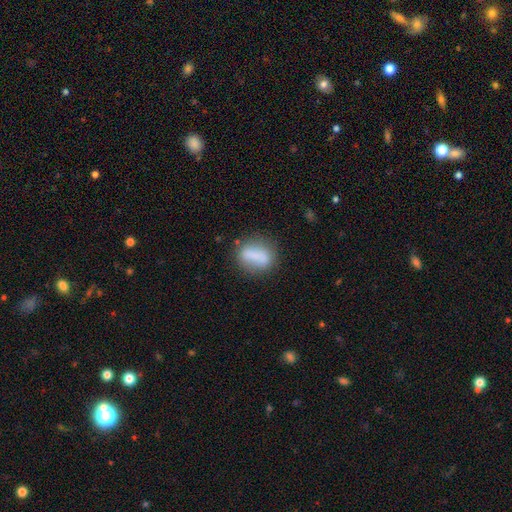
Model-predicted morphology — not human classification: The model was most divided on "how rounded": in between: 62%, round: 28%, cigar-shaped: 10%. More confident: smooth or featured — smooth (73%); merging — none (62%).